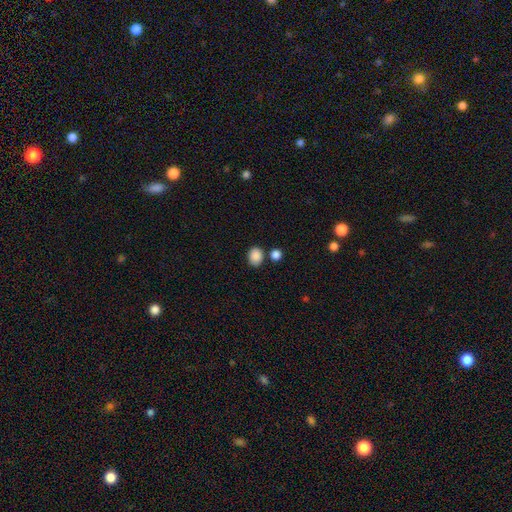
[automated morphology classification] Q: Smooth or featured?
A: smooth (88%); runner-up: star or artifact (9%)
Q: How rounded?
A: round (56%); runner-up: in between (43%)
Q: Merging?
A: none (74%); runner-up: merger (12%)